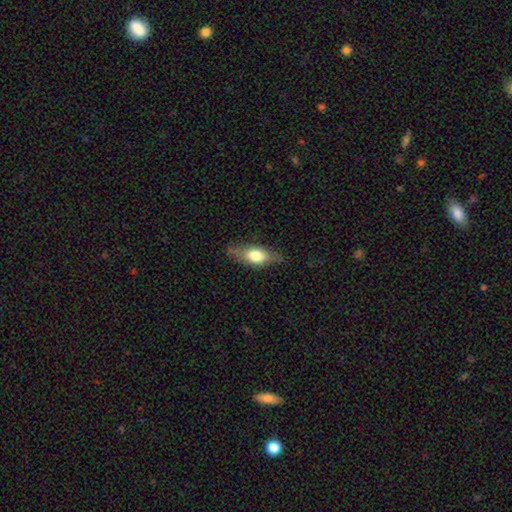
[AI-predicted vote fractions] A smooth galaxy with no disk features (59%) that is in between round and cigar-shaped (70%).

Vote fractions:
- Smooth or featured? smooth: 59% / featured or disk: 34% / star or artifact: 6%
- How rounded? in between: 70% / cigar-shaped: 25% / round: 5%
- Merging? none: 75% / minor disturbance: 19% / major disturbance: 5% / merger: 1%